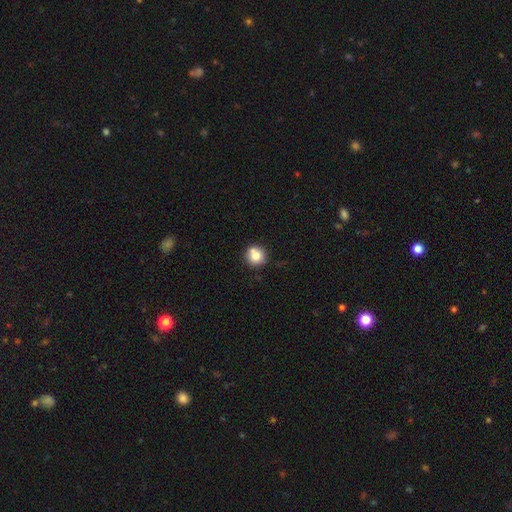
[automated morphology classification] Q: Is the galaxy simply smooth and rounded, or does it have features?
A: smooth — 77%.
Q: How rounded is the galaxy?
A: round — 92%.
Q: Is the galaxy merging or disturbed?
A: none — 70%.